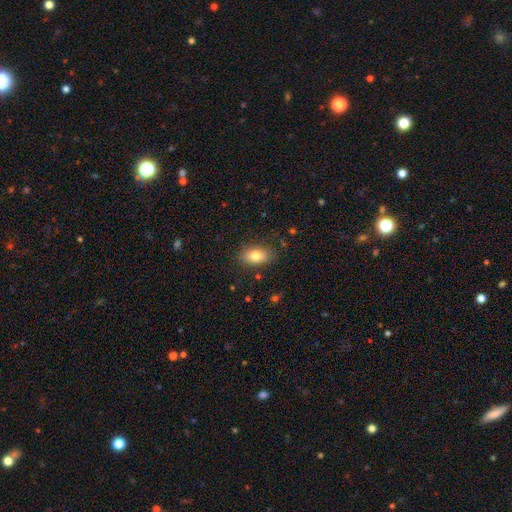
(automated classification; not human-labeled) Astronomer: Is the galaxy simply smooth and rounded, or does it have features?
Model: smooth — 79%.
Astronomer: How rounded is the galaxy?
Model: in between — 89%.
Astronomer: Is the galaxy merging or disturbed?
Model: none — 84%.